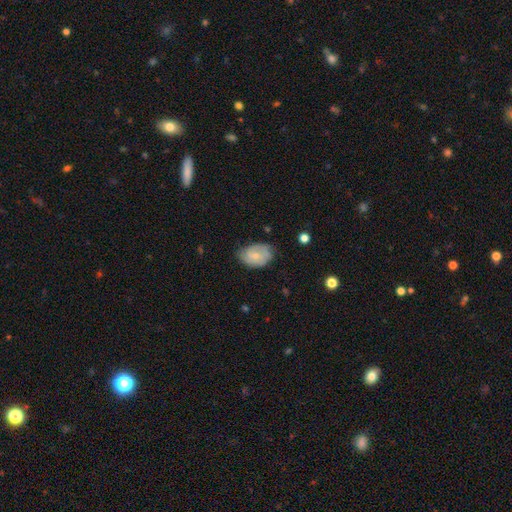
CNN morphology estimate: Q: Smooth or featured?
A: smooth (52%); runner-up: featured or disk (41%)
Q: How rounded?
A: in between (82%); runner-up: round (17%)
Q: Merging?
A: none (63%); runner-up: minor disturbance (29%)